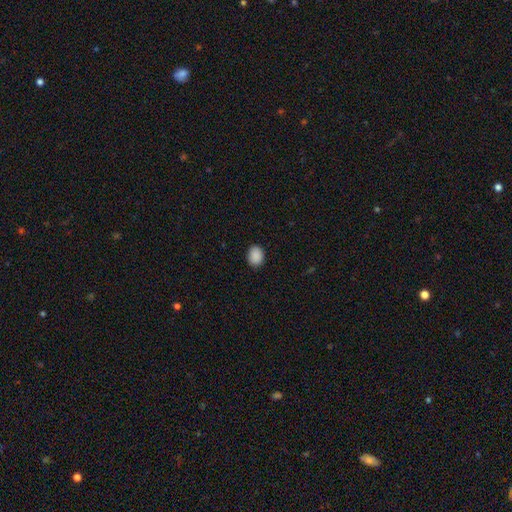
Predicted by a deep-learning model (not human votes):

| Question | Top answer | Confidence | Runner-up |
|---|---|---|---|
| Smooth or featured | smooth | 90% | star or artifact (8%) |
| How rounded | in between | 51% | round (48%) |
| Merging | none | 89% | minor disturbance (8%) |